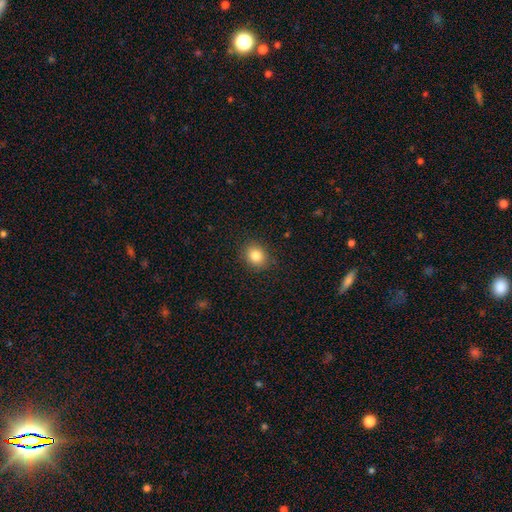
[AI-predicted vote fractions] smooth_or_featured: smooth (p=0.84) [alt: star or artifact p=0.10]
how_rounded: round (p=0.65) [alt: in between p=0.34]
merging: none (p=0.88) [alt: minor disturbance p=0.08]